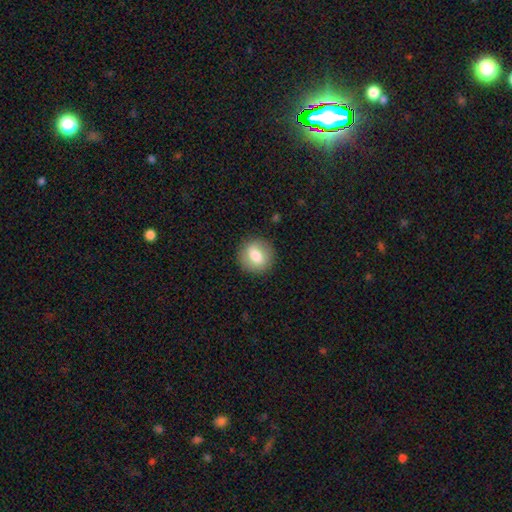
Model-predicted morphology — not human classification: type=smooth (74%); roundness=round (83%); merging=none (88%).